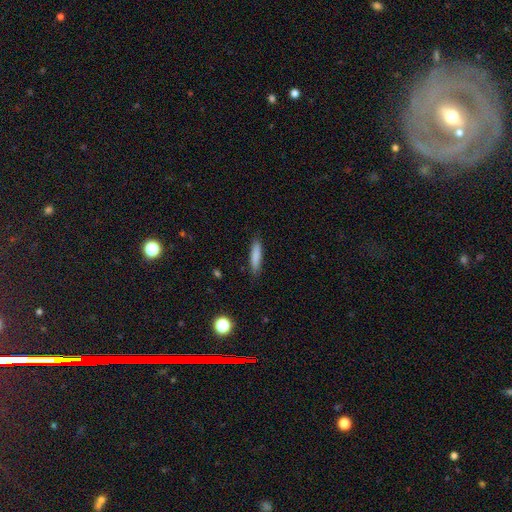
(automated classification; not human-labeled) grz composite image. It shows a smooth galaxy with no disk features (84%) that is cigar-shaped (80%). Merging: none (86%).